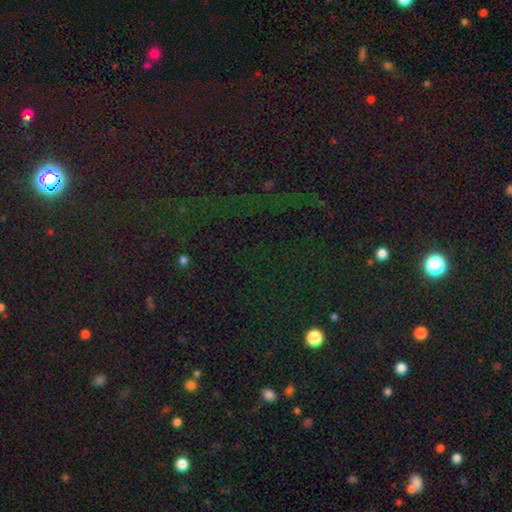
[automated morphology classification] Smooth or featured: star or artifact — 77% (smooth — 16%)